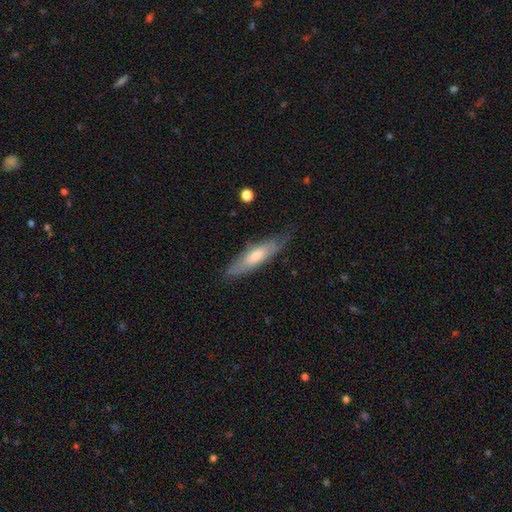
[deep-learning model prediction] Overall: smooth (59%; featured or disk 36%). How rounded: cigar-shaped (61%; in between 37%). Merging: none (68%).